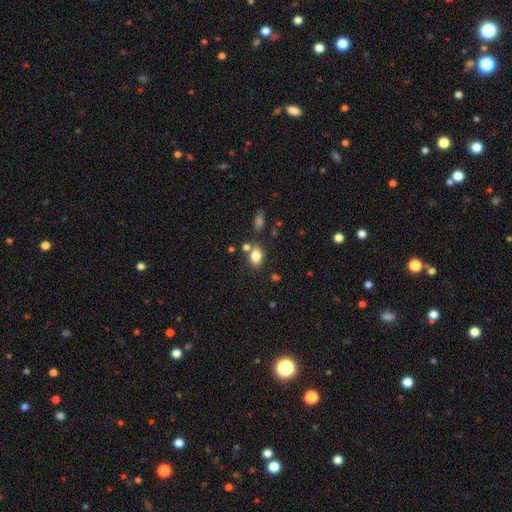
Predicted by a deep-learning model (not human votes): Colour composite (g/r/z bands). It shows a smooth galaxy with no disk features (82%) that is in between round and cigar-shaped (78%). Merging: none (68%).